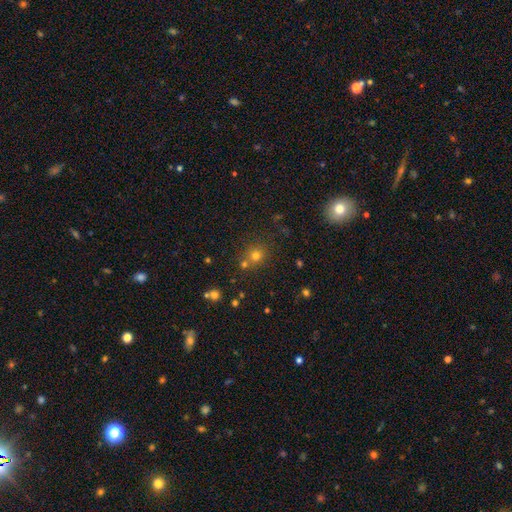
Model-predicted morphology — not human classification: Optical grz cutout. It shows a smooth galaxy with no disk features (69%) that is round (86%). Merging: none (71%).